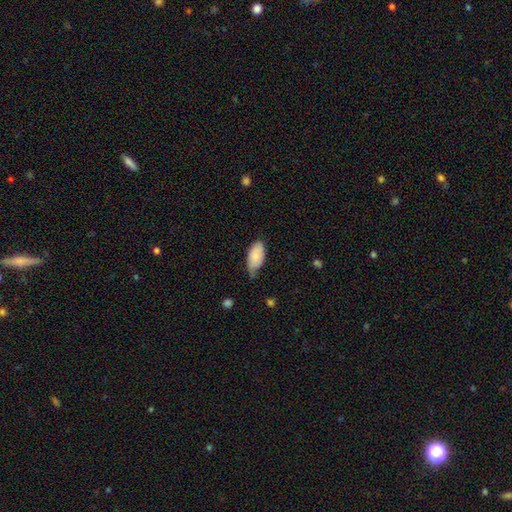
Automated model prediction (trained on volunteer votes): smooth 83%, featured or disk 11%, star or artifact 6%. Down the decision tree: how rounded — in between (94%); merging — minor disturbance (46%).